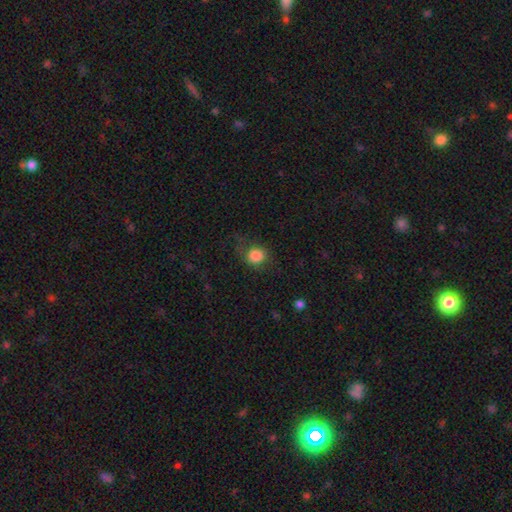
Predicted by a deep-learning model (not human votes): Q: Smooth or featured?
A: smooth (83%); runner-up: star or artifact (10%)
Q: How rounded?
A: round (81%); runner-up: in between (18%)
Q: Merging?
A: none (70%); runner-up: minor disturbance (18%)